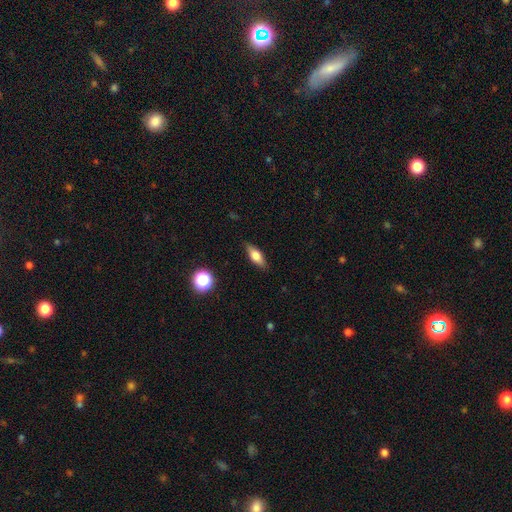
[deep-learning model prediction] Morphology: type=smooth (64%); roundness=in between (66%); merging=none (84%).